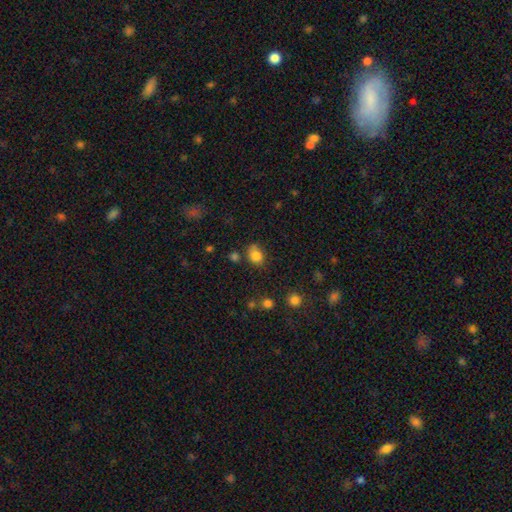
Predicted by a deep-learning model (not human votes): This appears to be a smooth galaxy with no disk features (82%) that is round (50%). Merging: none (65%).